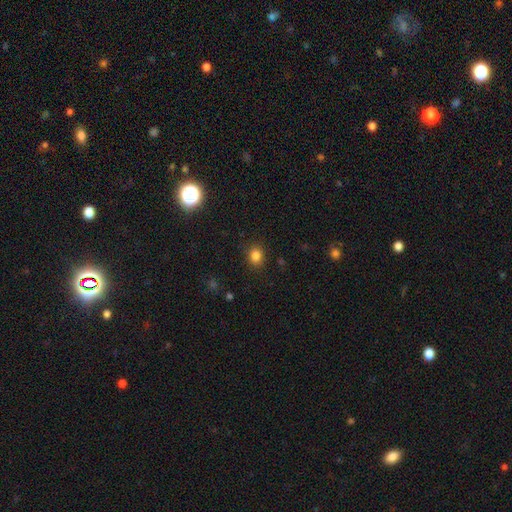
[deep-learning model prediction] Smooth or featured?
  - smooth: 83% *
  - star or artifact: 13%
  - featured or disk: 5%
How rounded?
  - round: 60% *
  - in between: 39%
  - cigar-shaped: 1%
Merging?
  - none: 87% *
  - minor disturbance: 9%
  - major disturbance: 3%
  - merger: 1%